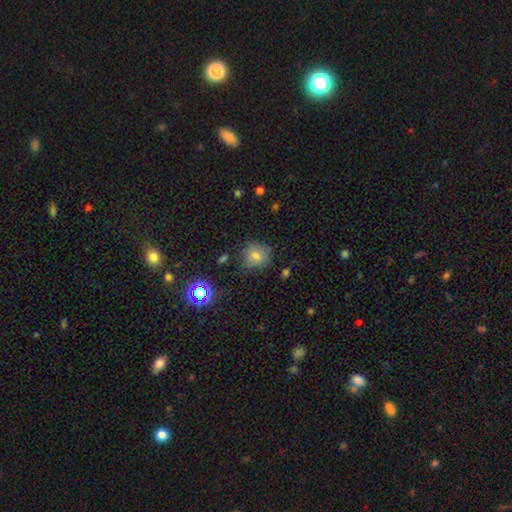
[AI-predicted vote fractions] Smooth or featured: smooth — 69% (star or artifact — 17%)
How rounded: round — 80% (in between — 19%)
Merging: none — 70% (minor disturbance — 20%)